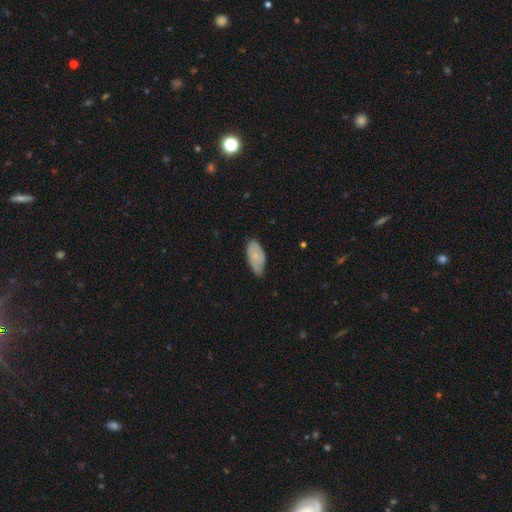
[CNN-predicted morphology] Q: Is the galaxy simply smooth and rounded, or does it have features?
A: smooth — 68%.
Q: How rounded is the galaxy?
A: in between — 92%.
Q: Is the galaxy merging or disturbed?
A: none — 58%.